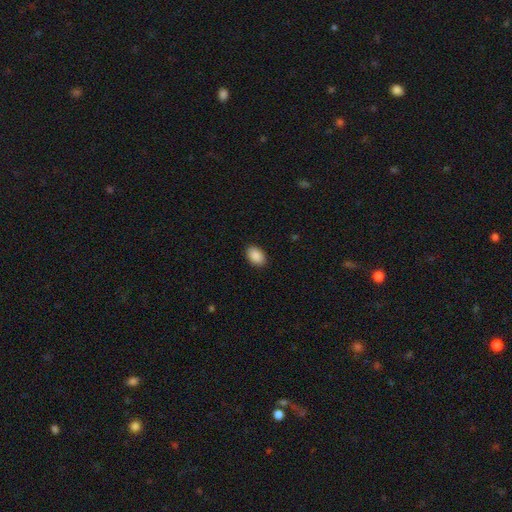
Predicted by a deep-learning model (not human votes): This is clearly a smooth galaxy (90%). How rounded: clearly in between (87%). Merging: clearly none (89%).